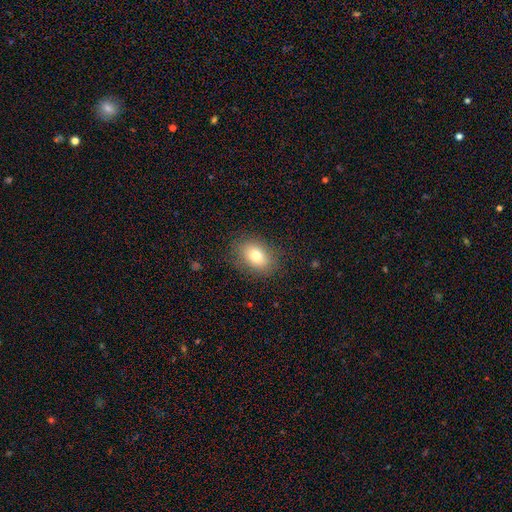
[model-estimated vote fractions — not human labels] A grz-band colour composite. It shows a smooth galaxy with no disk features (77%) that is in between round and cigar-shaped (74%). Merging: none (84%).